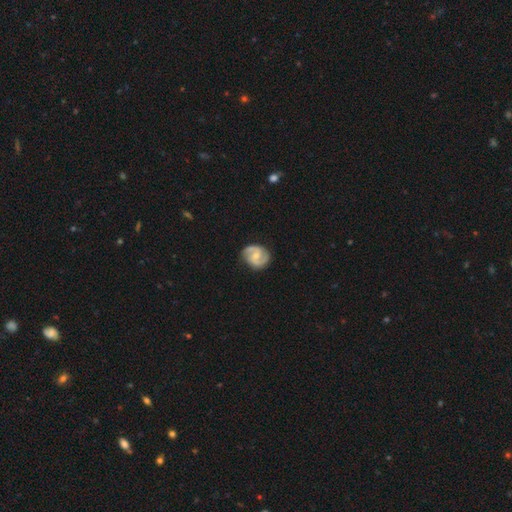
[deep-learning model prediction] Smooth or featured?
  - featured or disk: 83% *
  - smooth: 13%
  - star or artifact: 5%
Edge-on disk?
  - no: 98% *
  - yes: 2%
Bar?
  - weak: 48% *
  - no: 41%
  - strong: 12%
Spiral arms?
  - yes: 96% *
  - no: 4%
Spiral winding?
  - medium: 52% *
  - tight: 33%
  - loose: 15%
Spiral arm count?
  - 2: 92% *
  - can't tell: 3%
  - 1: 2%
  - 3: 2%
  - 4: 1%
  - more than 4: 1%
Bulge size?
  - moderate: 46% * (tied)
  - small: 46% * (tied)
  - none: 6%
  - large: 2%
  - dominant: 1%
Merging?
  - none: 82% *
  - minor disturbance: 13%
  - major disturbance: 3%
  - merger: 1%